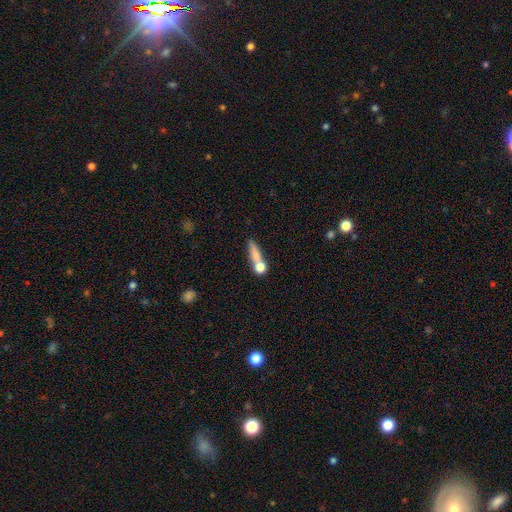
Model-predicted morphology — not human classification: smooth_or_featured: smooth (p=0.69) [alt: featured or disk p=0.21]
how_rounded: cigar-shaped (p=0.53) [alt: in between p=0.26]
merging: none (p=0.41) [alt: merger p=0.37]